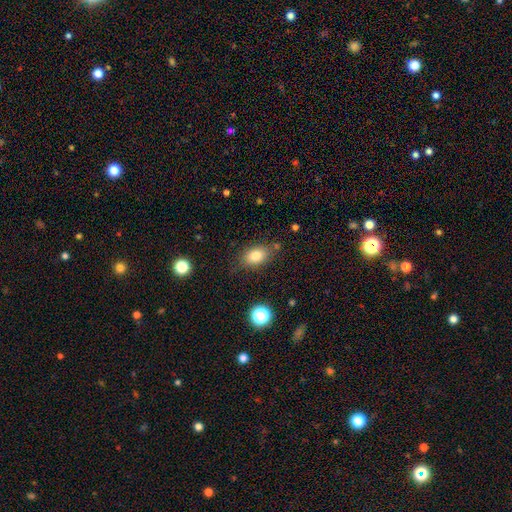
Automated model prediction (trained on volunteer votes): smooth 81%, featured or disk 9%, star or artifact 9%. Down the decision tree: how rounded — in between (84%); merging — none (75%).